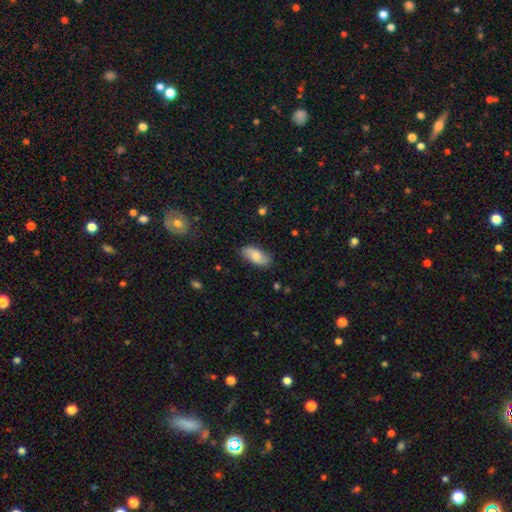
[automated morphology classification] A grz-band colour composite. It shows a smooth galaxy with no disk features (75%) that is in between round and cigar-shaped (91%). Merging: none (81%).